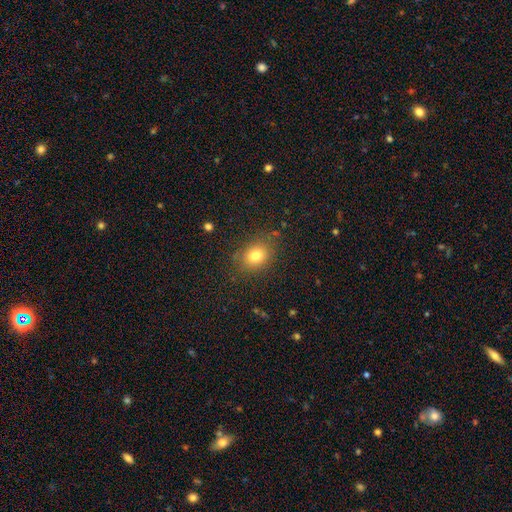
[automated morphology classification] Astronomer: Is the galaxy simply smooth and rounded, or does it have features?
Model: smooth — 79%.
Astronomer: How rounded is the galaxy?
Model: in between — 54% (runner-up: round, 45%).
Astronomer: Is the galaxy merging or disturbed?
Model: none — 82%.